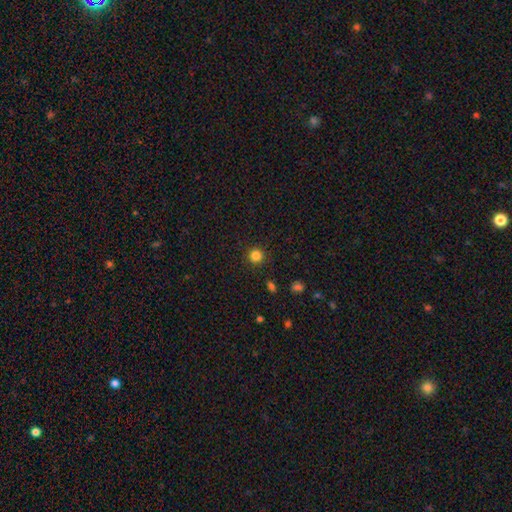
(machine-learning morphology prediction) This appears to be a smooth galaxy with no disk features (84%) that is round (94%). Merging: none (91%).